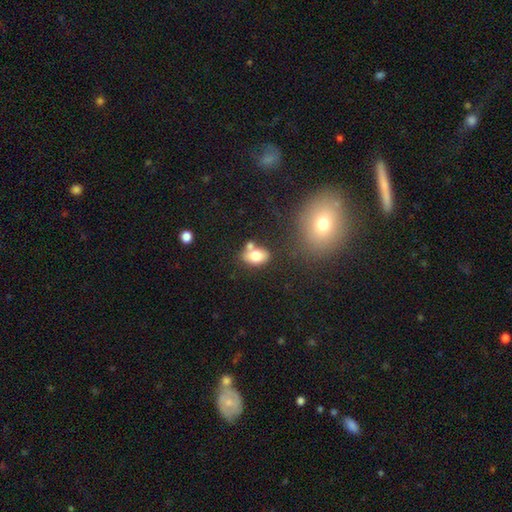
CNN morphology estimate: Smooth or featured? Predicted: smooth (p=0.77). How rounded? Predicted: in between (p=0.82). Merging? Predicted: none (p=0.55).